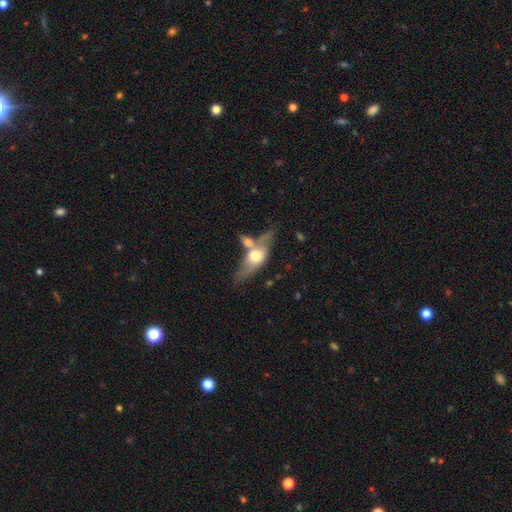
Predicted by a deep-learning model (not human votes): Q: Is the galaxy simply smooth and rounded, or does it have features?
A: smooth — 49%.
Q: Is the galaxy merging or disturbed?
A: none — 45%.